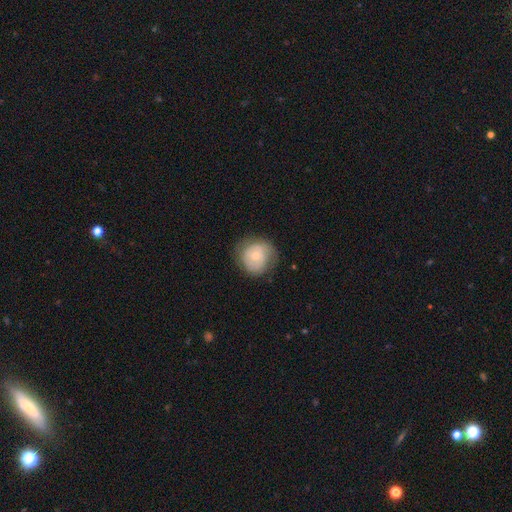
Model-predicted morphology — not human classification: smooth_or_featured: smooth (p=0.52) [alt: featured or disk p=0.41]
how_rounded: round (p=0.86) [alt: in between p=0.13]
merging: none (p=0.69) [alt: minor disturbance p=0.21]